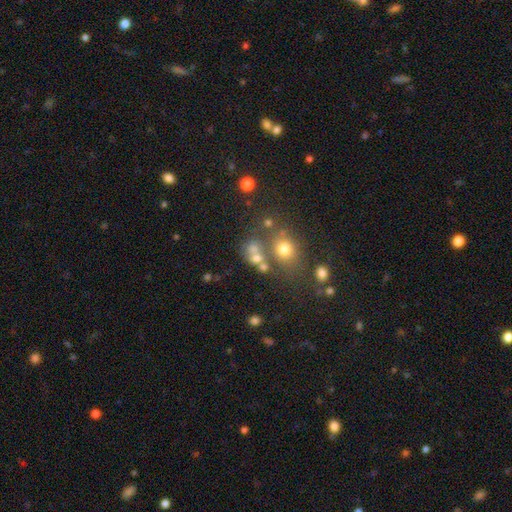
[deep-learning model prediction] Q: Smooth or featured?
A: smooth (64%); runner-up: star or artifact (20%)
Q: How rounded?
A: round (62%); runner-up: in between (37%)
Q: Merging?
A: none (44%); runner-up: merger (36%)